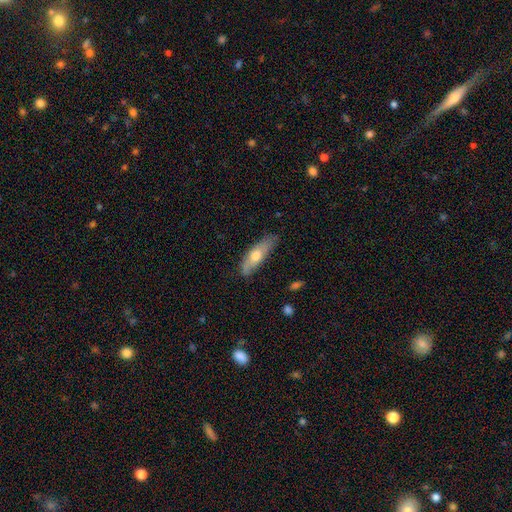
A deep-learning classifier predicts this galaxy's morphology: Smooth or featured?
  - smooth: 59% *
  - featured or disk: 35%
  - star or artifact: 6%
How rounded?
  - cigar-shaped: 53% *
  - in between: 45%
  - round: 2%
Merging?
  - none: 74% *
  - minor disturbance: 20%
  - major disturbance: 4%
  - merger: 2%